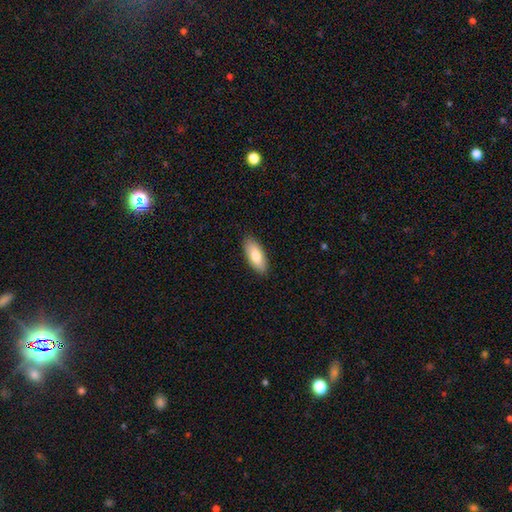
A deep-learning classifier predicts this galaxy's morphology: A smooth galaxy with no disk features (80%) that is in between round and cigar-shaped (82%).

Vote fractions:
- Smooth or featured? smooth: 80% / featured or disk: 15% / star or artifact: 6%
- How rounded? in between: 82% / cigar-shaped: 16% / round: 2%
- Merging? none: 88% / minor disturbance: 9% / major disturbance: 2% / merger: 1%